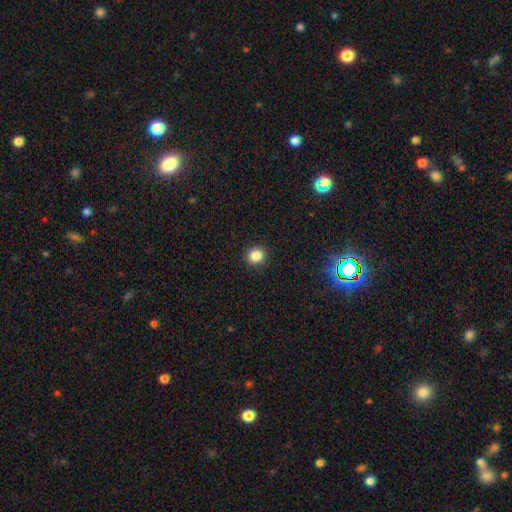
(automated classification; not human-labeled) A smooth galaxy with no disk features (85%) that is round (91%). Merging: none (92%).